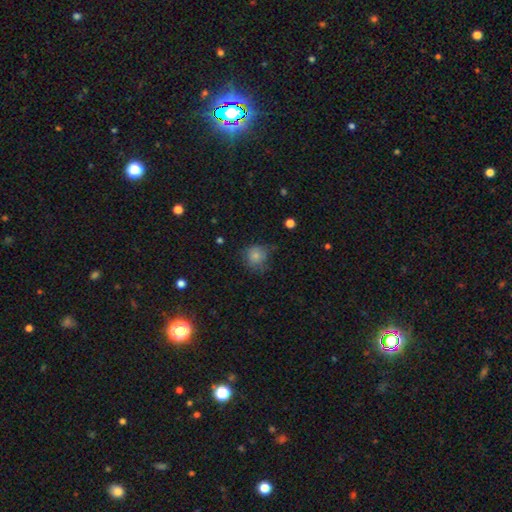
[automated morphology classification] Smooth or featured? Predicted: smooth (p=0.80). How rounded? Predicted: round (p=0.84). Merging? Predicted: none (p=0.61).